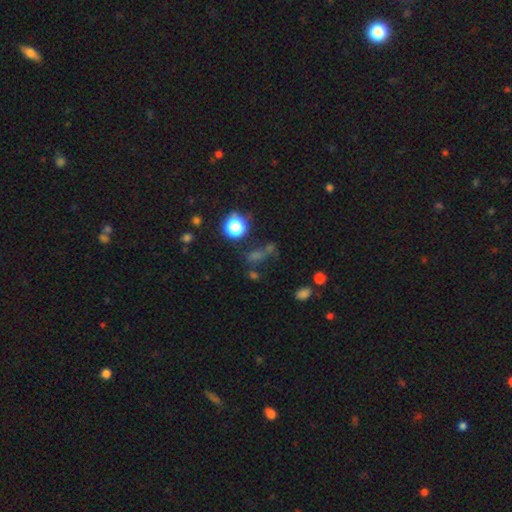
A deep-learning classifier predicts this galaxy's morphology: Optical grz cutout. It shows a smooth galaxy with no disk features (44%, tied with star or artifact). Merging: none (60%).